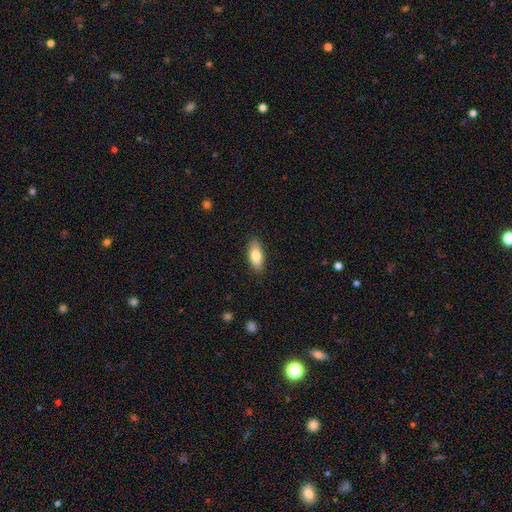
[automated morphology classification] The model was most divided on "how rounded": in between: 83%, cigar-shaped: 15%, round: 3%. More confident: merging — none (87%); smooth or featured — smooth (81%).